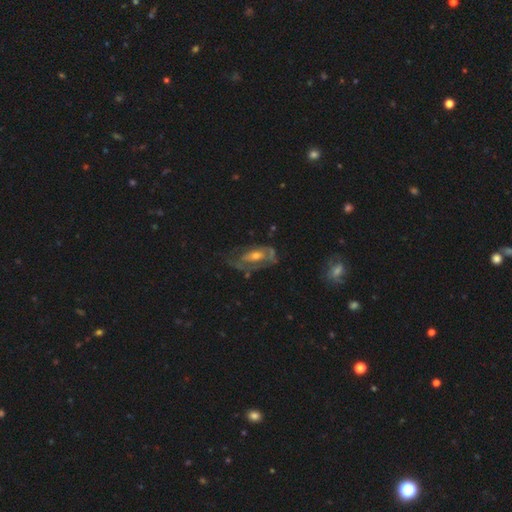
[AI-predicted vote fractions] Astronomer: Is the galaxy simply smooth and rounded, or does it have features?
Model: featured or disk — 71%.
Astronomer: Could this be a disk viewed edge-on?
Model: no — 90%.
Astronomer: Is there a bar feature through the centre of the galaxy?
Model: no — 60%.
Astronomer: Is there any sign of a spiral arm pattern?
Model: yes — 61% (runner-up: no, 39%).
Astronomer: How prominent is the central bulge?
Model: moderate — 54% (runner-up: small, 37%).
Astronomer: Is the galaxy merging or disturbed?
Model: none — 44% (runner-up: major disturbance, 28%).